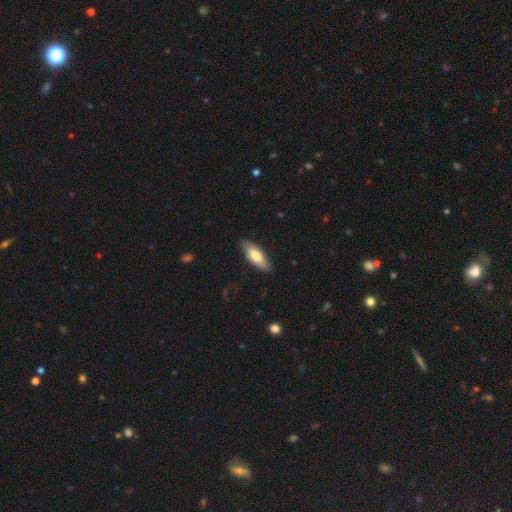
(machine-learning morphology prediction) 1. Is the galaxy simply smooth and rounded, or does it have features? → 73% smooth, 22% featured or disk, 5% star or artifact.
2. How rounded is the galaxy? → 66% in between, 32% cigar-shaped, 2% round.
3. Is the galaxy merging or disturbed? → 85% none, 12% minor disturbance, 2% major disturbance, 1% merger.